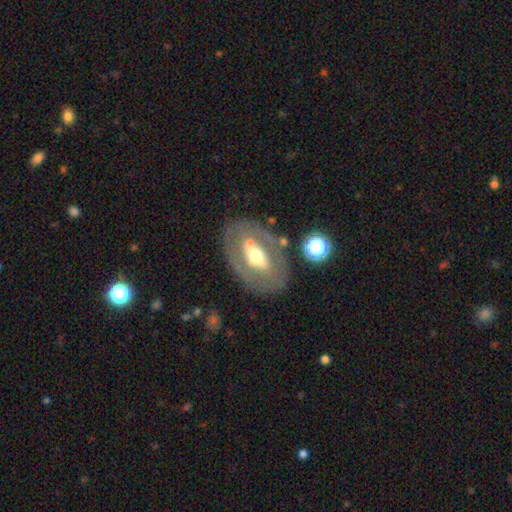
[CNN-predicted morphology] featured or disk 63%, smooth 30%, star or artifact 7%. Down the decision tree: edge-on disk — no (90%); bar — no (50%); spiral arms — no (76%); bulge size — moderate (65%); merging — none (72%).